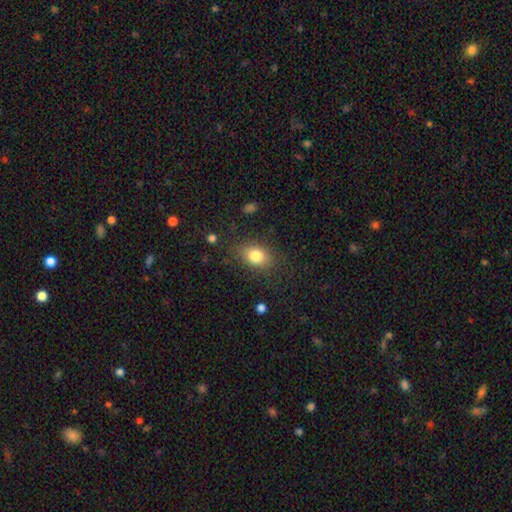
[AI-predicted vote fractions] Smooth or featured? smooth (80%)
How rounded? in between (70%)
Merging? none (79%)